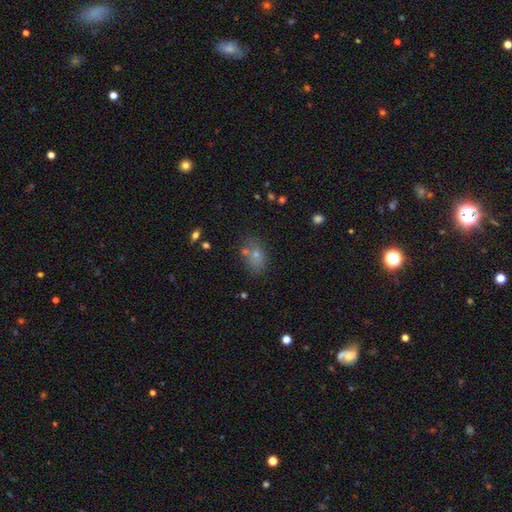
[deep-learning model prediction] Morphology: type=smooth (70%); roundness=in between (77%); merging=none (61%).